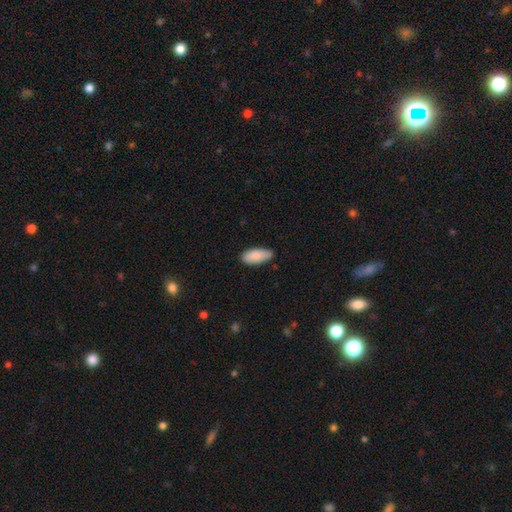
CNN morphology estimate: This is clearly a smooth galaxy (88%). How rounded: clearly in between (87%). Merging: clearly none (81%).